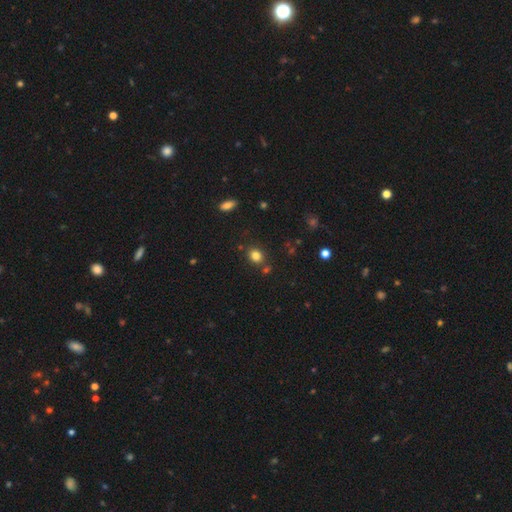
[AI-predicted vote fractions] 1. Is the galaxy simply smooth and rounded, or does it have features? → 82% smooth, 13% star or artifact, 6% featured or disk.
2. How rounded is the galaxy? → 59% round, 40% in between, 1% cigar-shaped.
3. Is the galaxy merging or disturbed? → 79% none, 10% minor disturbance, 8% merger, 3% major disturbance.